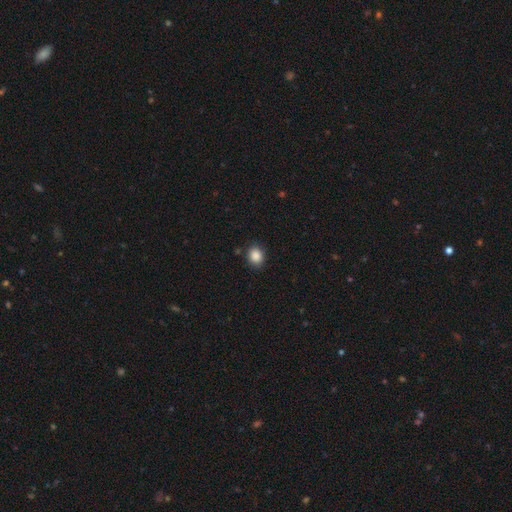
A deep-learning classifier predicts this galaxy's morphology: Smooth or featured? Predicted: smooth (p=0.88). How rounded? Predicted: round (p=0.60). Merging? Predicted: none (p=0.85).